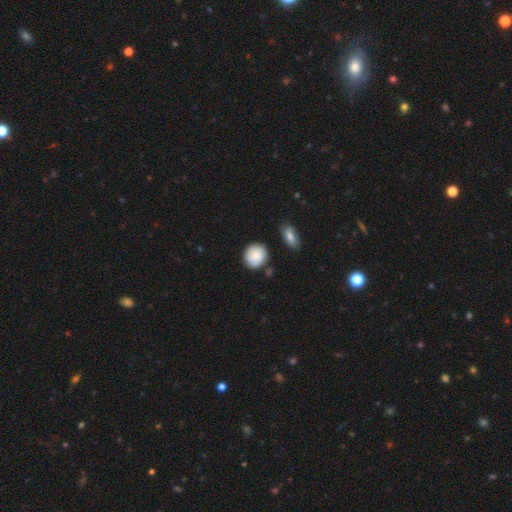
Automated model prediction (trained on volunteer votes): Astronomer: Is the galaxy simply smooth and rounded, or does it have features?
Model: smooth — 75%.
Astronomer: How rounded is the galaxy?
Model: round — 83%.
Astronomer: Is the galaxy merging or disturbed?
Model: none — 78%.